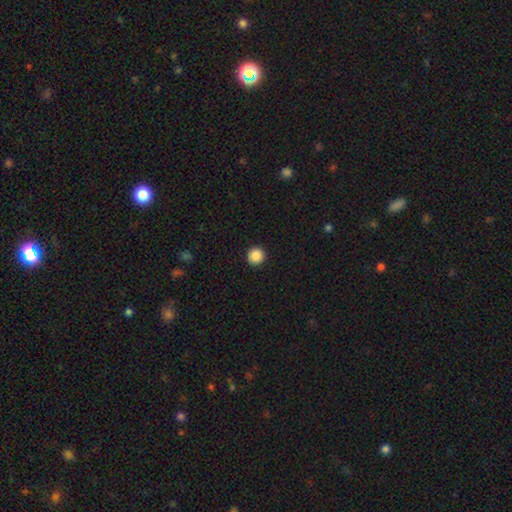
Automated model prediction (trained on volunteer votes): Q: Smooth or featured?
A: smooth (88%); runner-up: star or artifact (9%)
Q: How rounded?
A: round (96%); runner-up: in between (3%)
Q: Merging?
A: none (94%); runner-up: minor disturbance (4%)